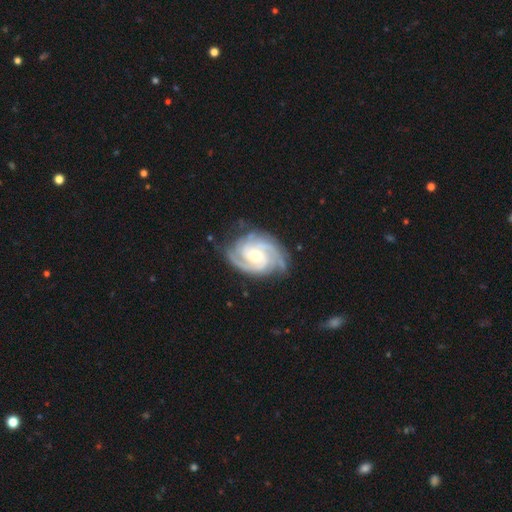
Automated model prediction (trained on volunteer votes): Overall: featured or disk (92%). Edge-on disk: no (98%). Bar: no (51%; weak 37%). Spiral arms: yes (99%). Spiral arm count: 3 (41%; 2 27%). Spiral winding: tight (65%; medium 31%). Bulge size: moderate (60%; small 27%). Merging: none (75%).